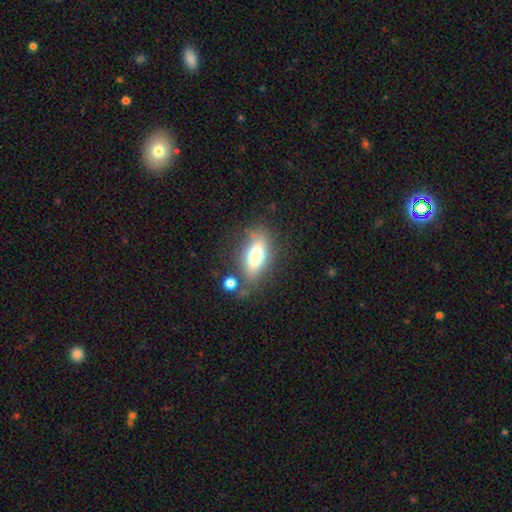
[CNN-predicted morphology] Overall: smooth (62%; featured or disk 29%). How rounded: in between (74%). Merging: none (71%).